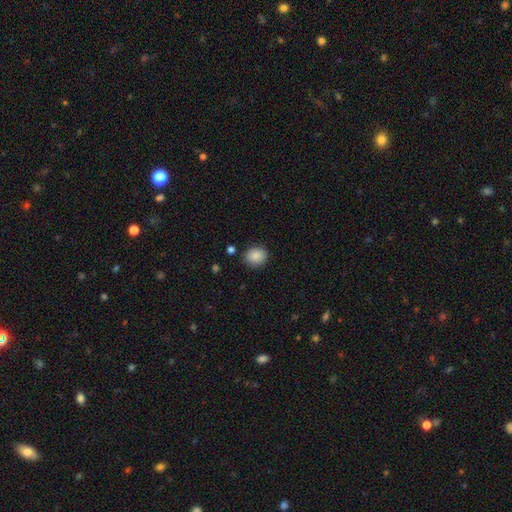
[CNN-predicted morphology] This is clearly a smooth galaxy (86%). How rounded: likely round (77%). Merging: clearly none (87%).